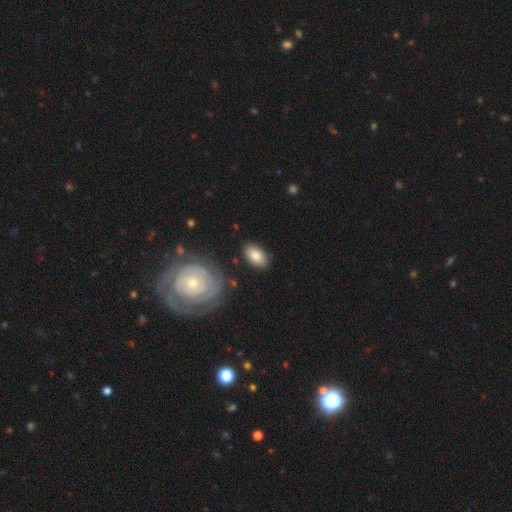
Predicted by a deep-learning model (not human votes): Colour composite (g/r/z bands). It shows a smooth galaxy with no disk features (81%) that is in between round and cigar-shaped (91%). Merging: none (83%).